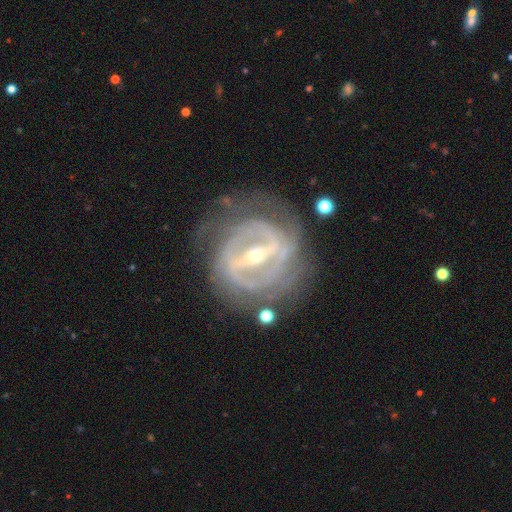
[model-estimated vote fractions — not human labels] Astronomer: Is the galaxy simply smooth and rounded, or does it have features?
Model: featured or disk — 90%.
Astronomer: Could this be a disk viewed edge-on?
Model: no — 94%.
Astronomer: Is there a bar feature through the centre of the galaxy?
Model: strong — 75%.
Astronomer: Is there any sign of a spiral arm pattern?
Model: yes — 90%.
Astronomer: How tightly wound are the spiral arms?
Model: tight — 62%.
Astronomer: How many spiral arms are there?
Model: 2 — 33% (runner-up: can't tell, 29%).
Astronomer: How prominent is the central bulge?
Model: small — 65%.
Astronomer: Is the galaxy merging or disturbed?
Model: none — 68%.